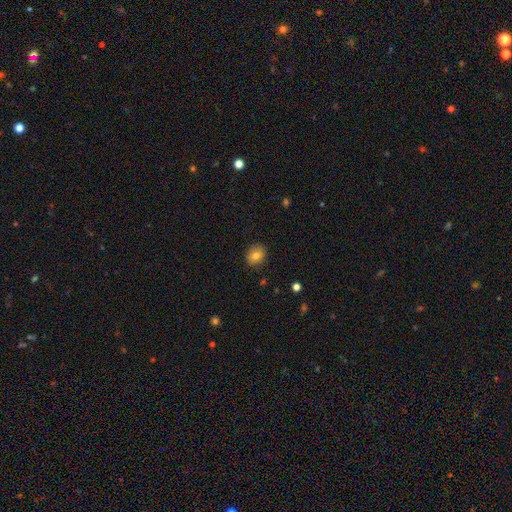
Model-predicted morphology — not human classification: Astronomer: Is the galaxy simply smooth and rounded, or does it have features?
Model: smooth — 76%.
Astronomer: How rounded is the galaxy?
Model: round — 72%.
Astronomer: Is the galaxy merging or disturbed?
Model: none — 87%.